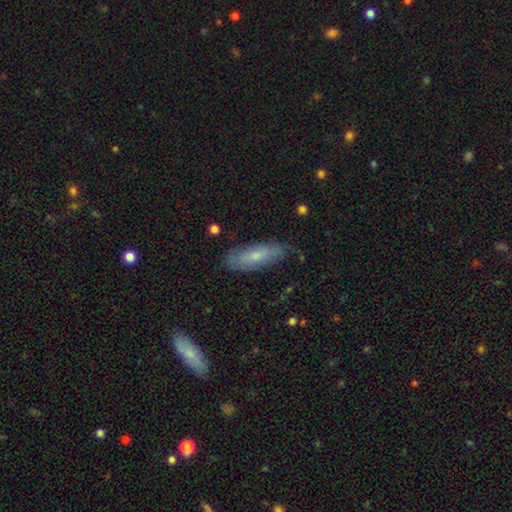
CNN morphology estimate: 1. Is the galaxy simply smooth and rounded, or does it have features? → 64% smooth, 29% featured or disk, 7% star or artifact.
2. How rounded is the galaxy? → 56% in between, 42% cigar-shaped, 2% round.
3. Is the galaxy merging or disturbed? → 80% none, 16% minor disturbance, 3% major disturbance, 1% merger.